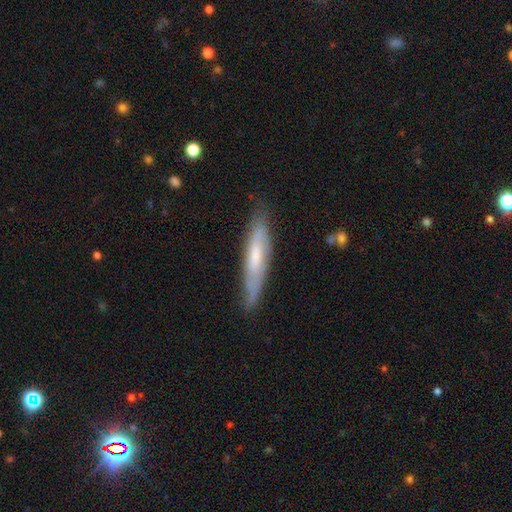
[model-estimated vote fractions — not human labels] Smooth or featured? featured or disk (48%)
Merging? none (75%)